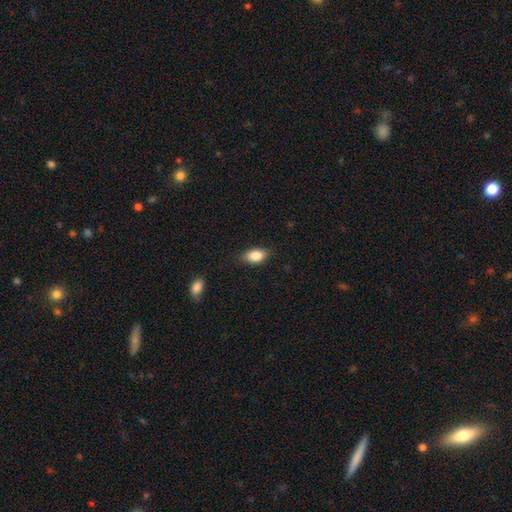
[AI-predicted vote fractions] Smooth or featured? smooth (86%)
How rounded? in between (90%)
Merging? none (82%)